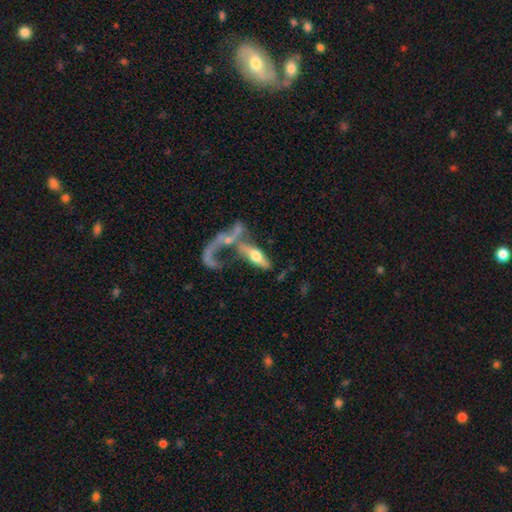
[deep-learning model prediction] smooth_or_featured: featured or disk (p=0.57) [alt: smooth p=0.35]
disk_edge_on: yes (p=0.55) [alt: no p=0.45]
merging: merger (p=0.43) [alt: none p=0.23]